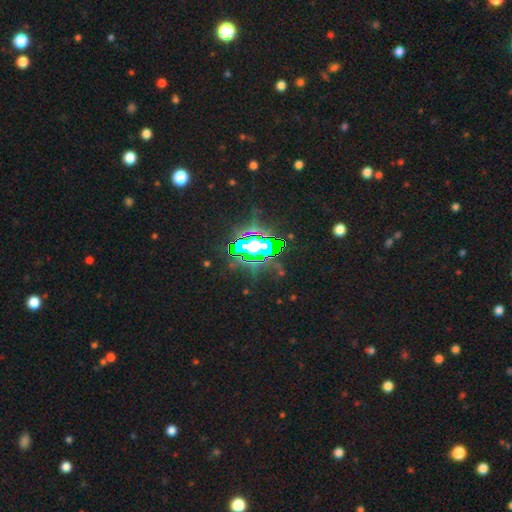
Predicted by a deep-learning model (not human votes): A star or artifact, not a galaxy (83%).

Vote fractions:
- Smooth or featured? star or artifact: 83% / smooth: 9% / featured or disk: 8%